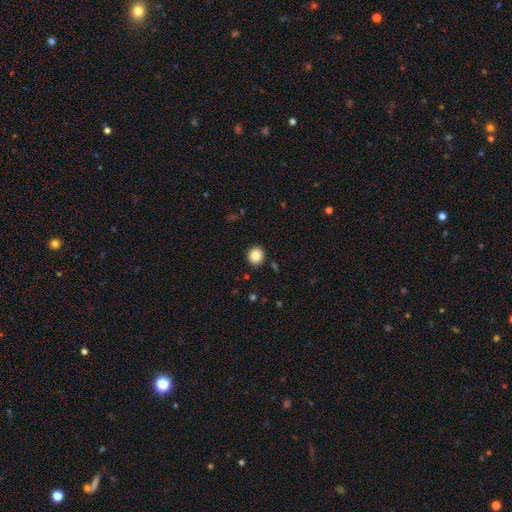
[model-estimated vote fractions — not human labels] Morphology: type=smooth (85%); roundness=round (89%); merging=none (91%).